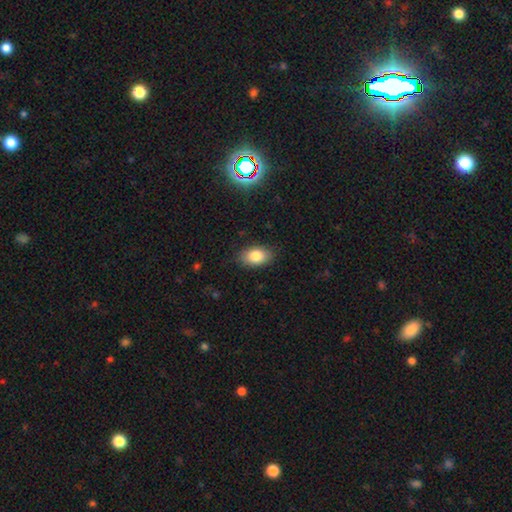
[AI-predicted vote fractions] This is clearly a smooth galaxy (83%). How rounded: clearly in between (89%). Merging: clearly none (84%).